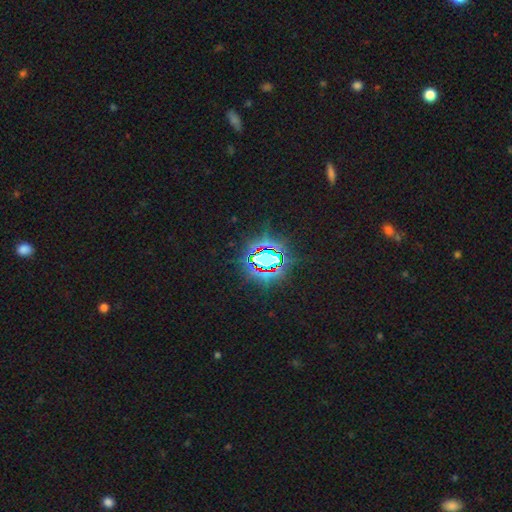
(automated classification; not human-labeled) smooth-or-featured: star or artifact: 79% | smooth: 12% | featured or disk: 9%